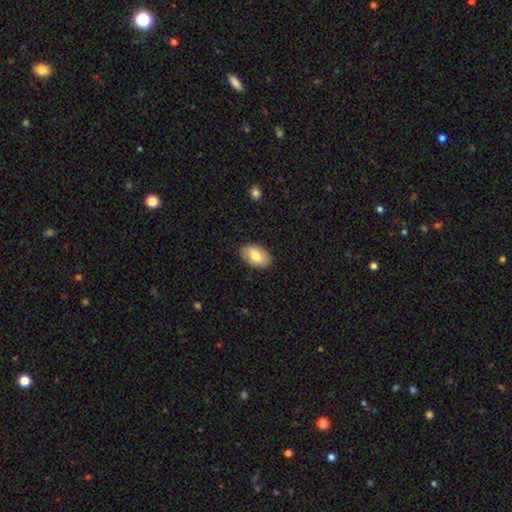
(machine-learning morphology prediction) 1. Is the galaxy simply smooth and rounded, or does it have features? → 77% smooth, 17% featured or disk, 6% star or artifact.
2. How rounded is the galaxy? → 92% in between, 7% round, 1% cigar-shaped.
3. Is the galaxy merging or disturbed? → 88% none, 9% minor disturbance, 2% major disturbance, 1% merger.